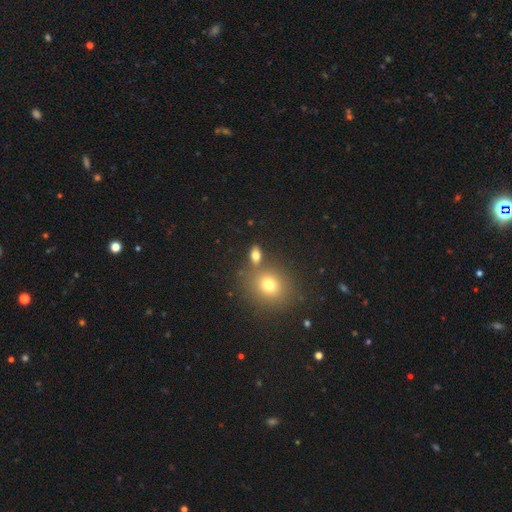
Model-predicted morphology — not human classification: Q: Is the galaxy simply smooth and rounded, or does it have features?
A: smooth — 75%.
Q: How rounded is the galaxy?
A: in between — 72%.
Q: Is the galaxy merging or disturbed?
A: none — 68%.